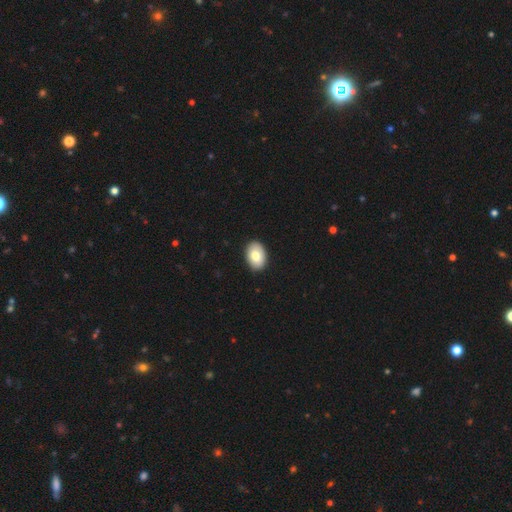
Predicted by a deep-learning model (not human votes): Smooth or featured? smooth (80%)
How rounded? in between (86%)
Merging? none (90%)